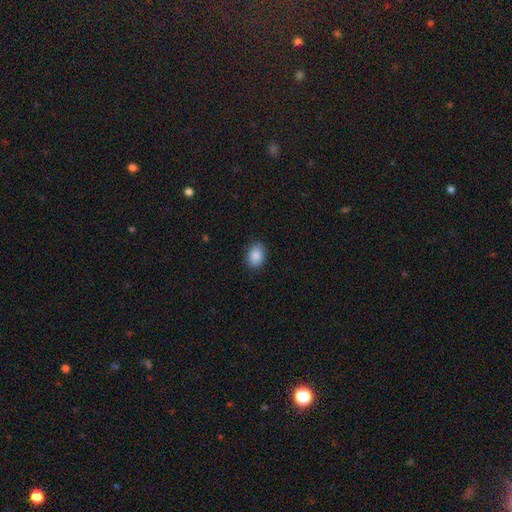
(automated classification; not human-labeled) Smooth or featured? smooth (88%)
How rounded? in between (76%)
Merging? none (87%)